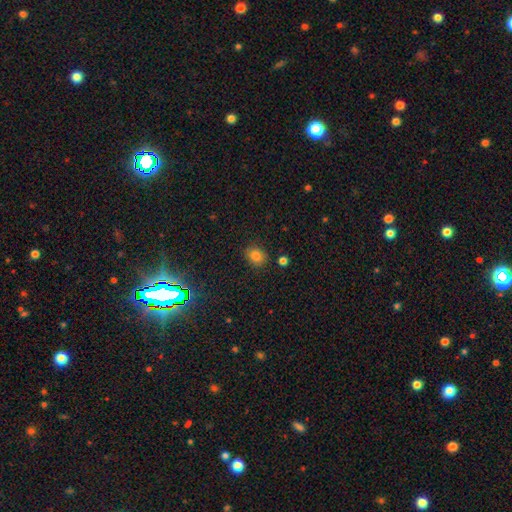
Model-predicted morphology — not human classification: Overall: smooth (81%). How rounded: round (59%; in between 40%). Merging: none (84%).